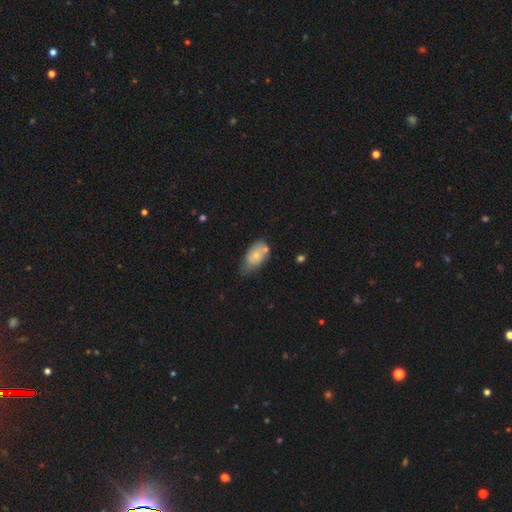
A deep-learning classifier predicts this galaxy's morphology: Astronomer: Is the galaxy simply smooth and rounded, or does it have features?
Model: smooth — 71%.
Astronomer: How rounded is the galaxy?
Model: in between — 90%.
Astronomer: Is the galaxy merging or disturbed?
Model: none — 41% (runner-up: minor disturbance, 36%).